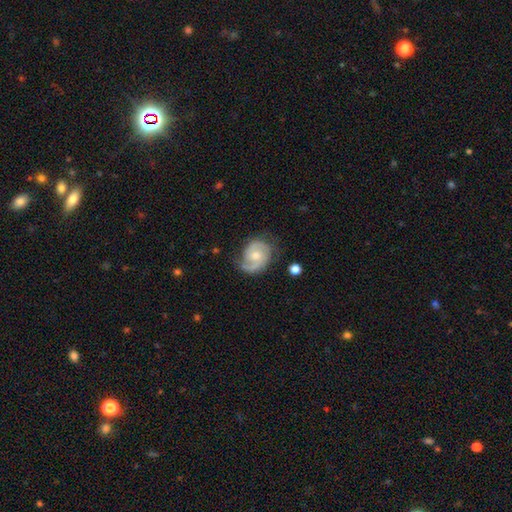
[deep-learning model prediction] A featured or disk galaxy (80%) with no bar (57%), 2 (82%) medium (50%) spiral arms (96%) and a moderate central bulge (57%). Merging: none (70%).